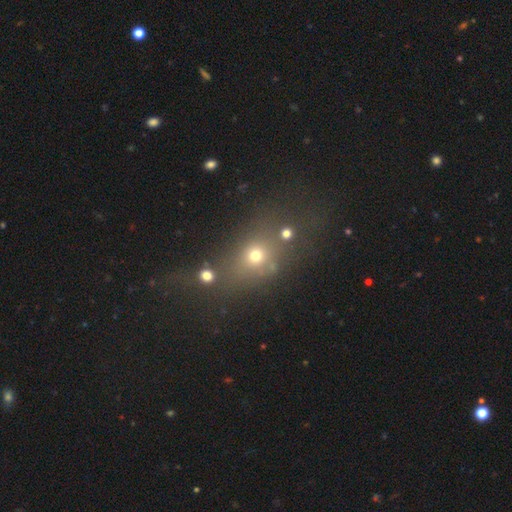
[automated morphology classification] smooth 64%, star or artifact 23%, featured or disk 13%. Down the decision tree: how rounded — round (54%); merging — none (61%).